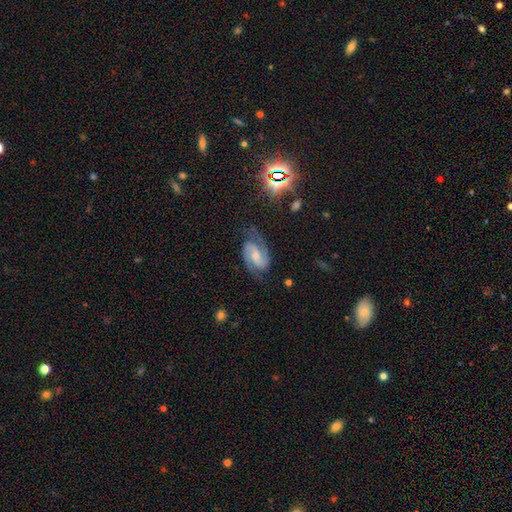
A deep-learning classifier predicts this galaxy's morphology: Smooth or featured? featured or disk (83%)
Edge-on disk? no (97%)
Bar? weak (44%)
Spiral arms? yes (97%)
Spiral winding? medium (53%)
Spiral arm count? 2 (91%)
Bulge size? moderate (43%)
Merging? none (71%)